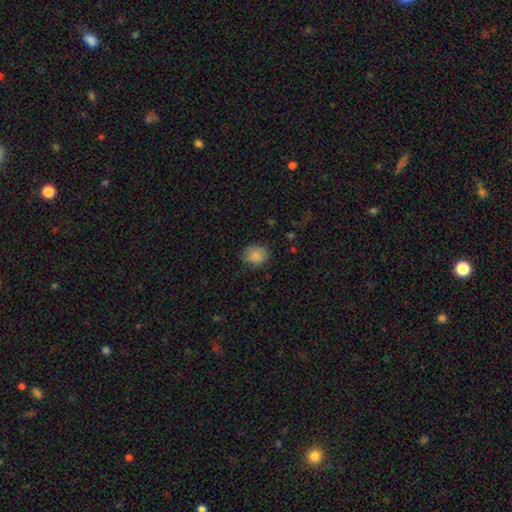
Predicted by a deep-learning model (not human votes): Smooth or featured: smooth — 86% (star or artifact — 9%)
How rounded: round — 72% (in between — 27%)
Merging: none — 80% (minor disturbance — 15%)